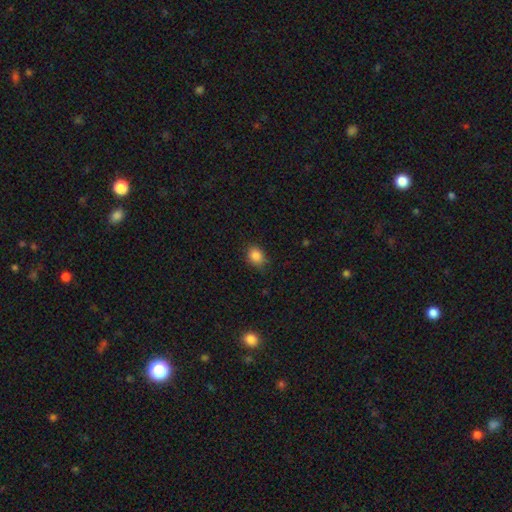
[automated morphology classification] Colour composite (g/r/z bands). It shows a smooth galaxy with no disk features (86%) that is round (53%). Merging: none (79%).